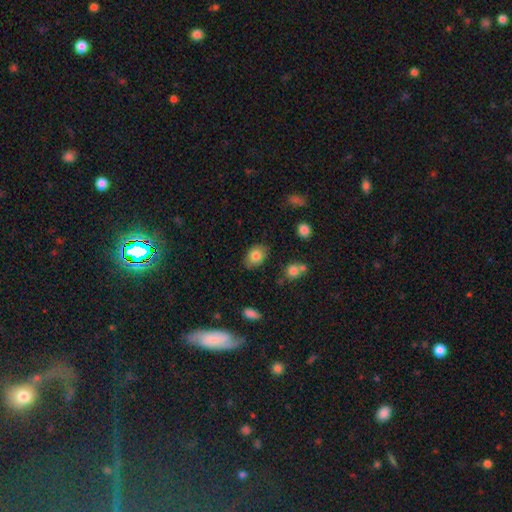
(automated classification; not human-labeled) Smooth or featured: smooth — 82% (featured or disk — 10%)
How rounded: in between — 80% (round — 19%)
Merging: none — 82% (minor disturbance — 13%)